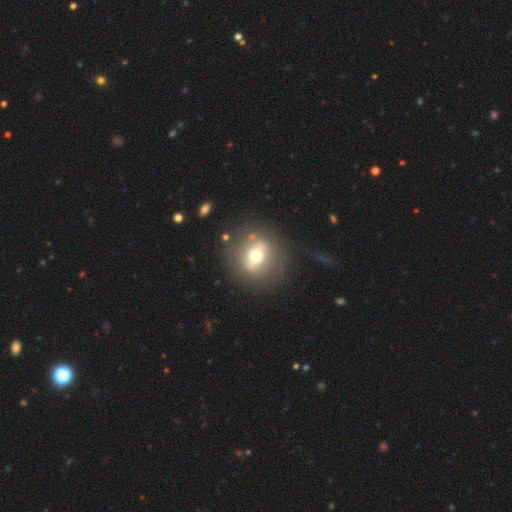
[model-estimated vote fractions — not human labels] Smooth or featured? featured or disk (45%, tied with smooth)
Merging? none (77%)